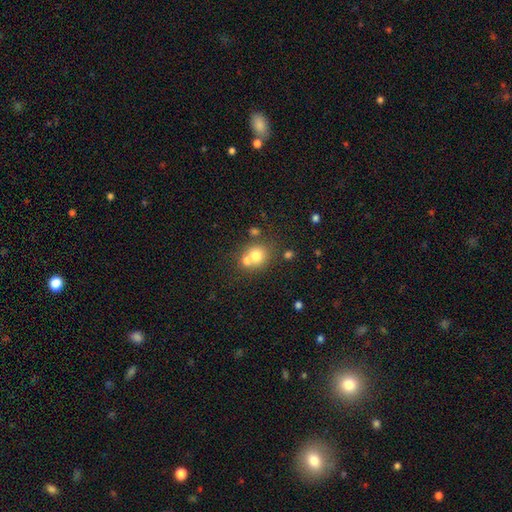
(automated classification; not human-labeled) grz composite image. It shows a smooth galaxy with no disk features (72%) that is round (80%). Merging: none (47%).